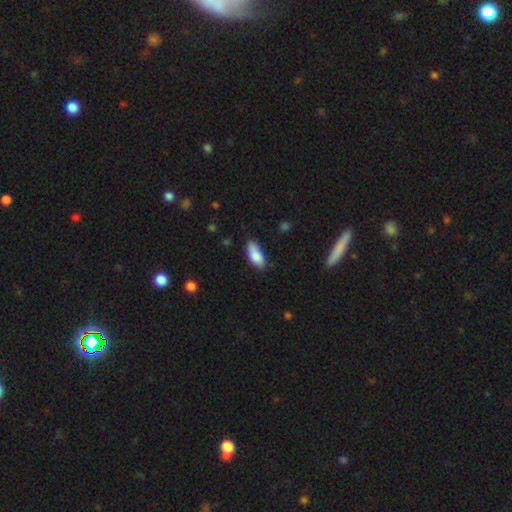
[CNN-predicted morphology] smooth 83%, featured or disk 11%, star or artifact 6%. Down the decision tree: how rounded — in between (81%); merging — none (69%).